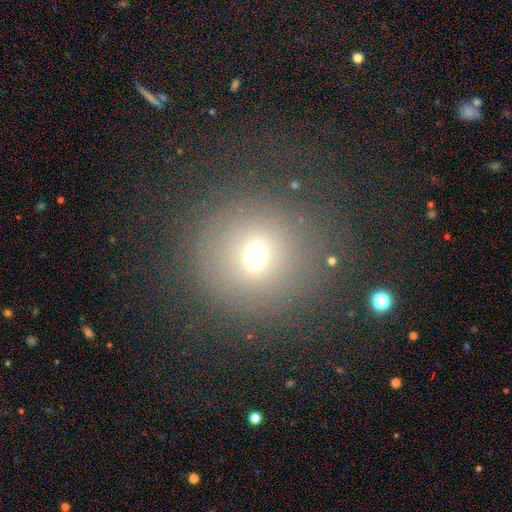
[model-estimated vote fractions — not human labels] This is likely a smooth galaxy (64%). How rounded: clearly round (89%). Merging: clearly none (81%).